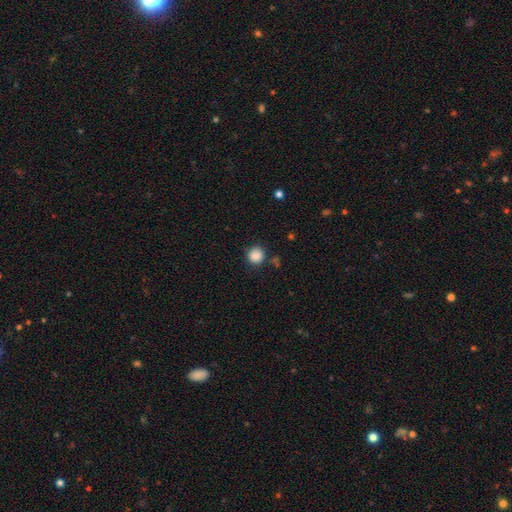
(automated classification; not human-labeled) Smooth or featured? Predicted: smooth (p=0.87). How rounded? Predicted: round (p=0.90). Merging? Predicted: none (p=0.83).